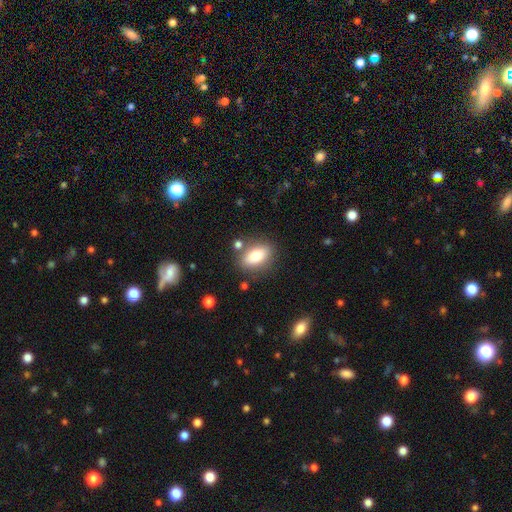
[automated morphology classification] Smooth or featured?
  - smooth: 78% *
  - featured or disk: 14%
  - star or artifact: 8%
How rounded?
  - in between: 85% *
  - round: 10%
  - cigar-shaped: 5%
Merging?
  - none: 78% *
  - minor disturbance: 12%
  - merger: 6%
  - major disturbance: 4%